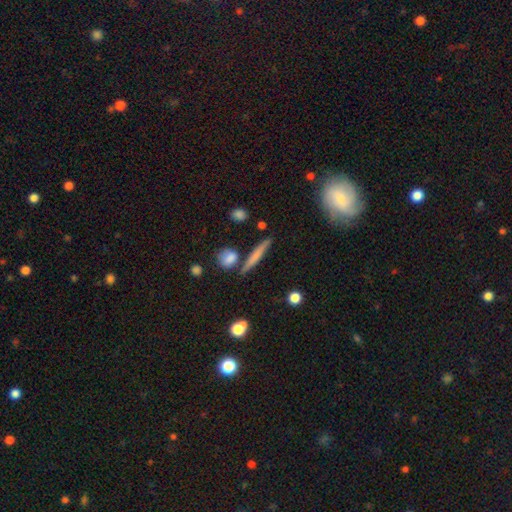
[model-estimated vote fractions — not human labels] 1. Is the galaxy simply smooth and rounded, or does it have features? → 61% smooth, 32% featured or disk, 7% star or artifact.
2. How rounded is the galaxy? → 90% cigar-shaped, 6% in between, 4% round.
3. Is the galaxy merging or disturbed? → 80% none, 10% minor disturbance, 8% merger, 3% major disturbance.